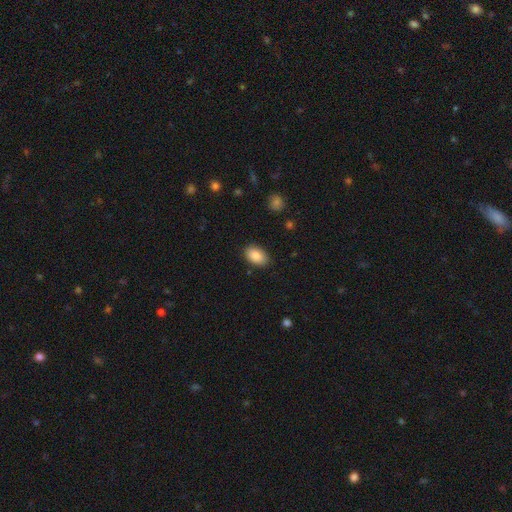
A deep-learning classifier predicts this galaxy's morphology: A smooth galaxy with no disk features (87%) that is in between round and cigar-shaped (91%).

Vote fractions:
- Smooth or featured? smooth: 87% / star or artifact: 7% / featured or disk: 5%
- How rounded? in between: 91% / round: 8% / cigar-shaped: 1%
- Merging? none: 86% / minor disturbance: 10% / major disturbance: 2% / merger: 1%